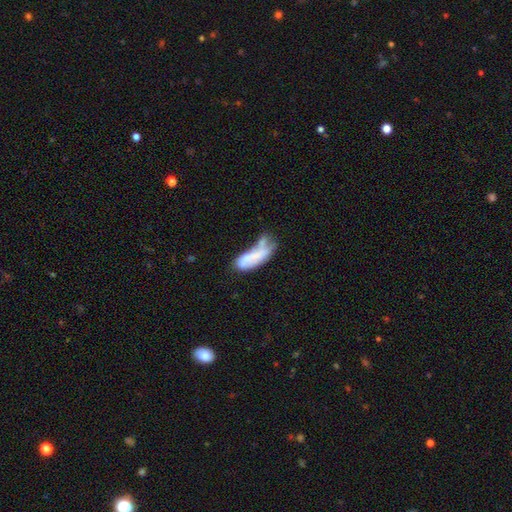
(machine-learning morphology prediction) The model was most divided on "merging": merger: 29%, major disturbance: 25%, minor disturbance: 24%, none: 22%. More confident: how rounded — in between (62%); smooth or featured — smooth (61%).